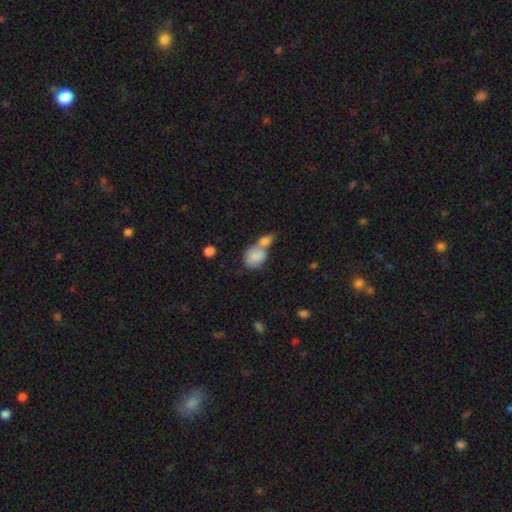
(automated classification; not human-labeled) Overall: smooth (82%). How rounded: in between (62%; round 36%). Merging: merger (66%).